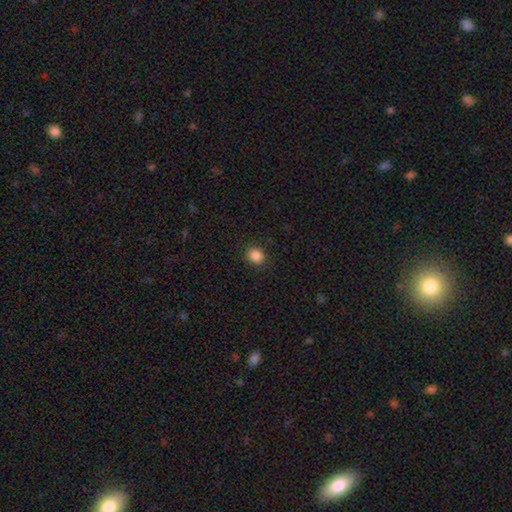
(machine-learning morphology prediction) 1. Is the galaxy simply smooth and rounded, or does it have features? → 86% smooth, 11% star or artifact, 3% featured or disk.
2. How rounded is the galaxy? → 81% round, 18% in between, 1% cigar-shaped.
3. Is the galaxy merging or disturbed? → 90% none, 7% minor disturbance, 2% major disturbance, 1% merger.